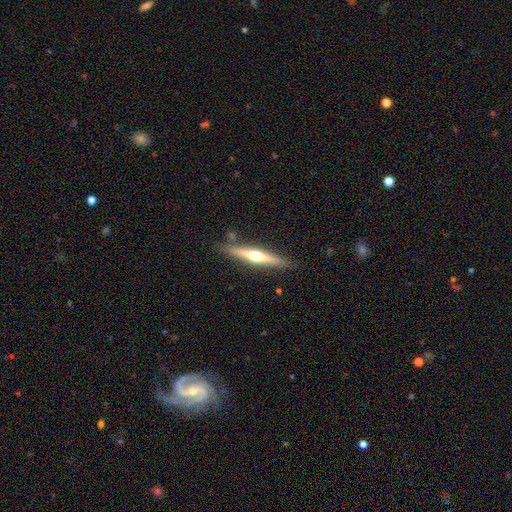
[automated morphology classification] Q: Smooth or featured?
A: featured or disk (66%); runner-up: smooth (28%)
Q: Edge-on disk?
A: yes (97%); runner-up: no (3%)
Q: Edge-on bulge?
A: rounded (92%); runner-up: none (5%)
Q: Merging?
A: none (84%); runner-up: minor disturbance (10%)